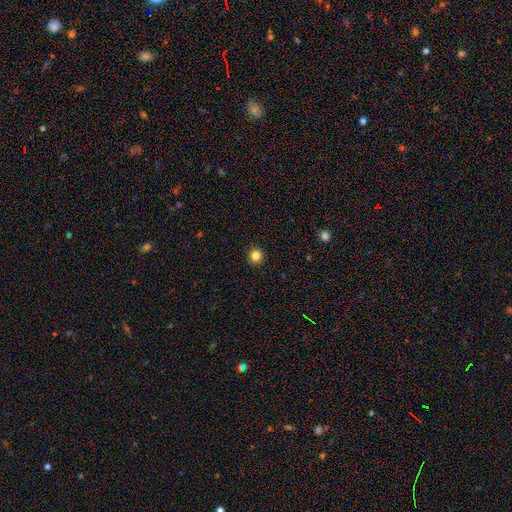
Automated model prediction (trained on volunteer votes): The model was most divided on "smooth or featured": smooth: 84%, star or artifact: 12%, featured or disk: 4%. More confident: how rounded — round (96%); merging — none (93%).